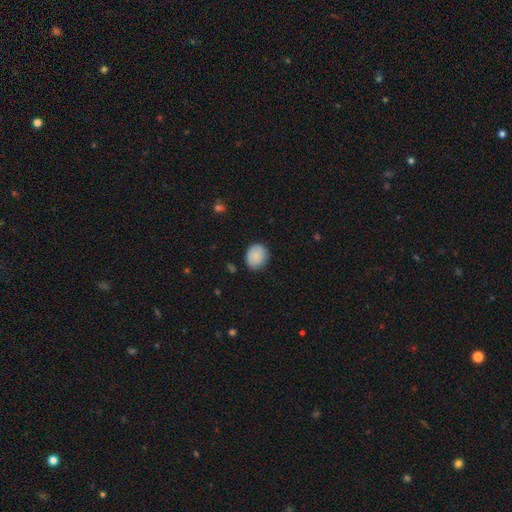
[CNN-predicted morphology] type=smooth (84%); roundness=round (62%); merging=none (78%).